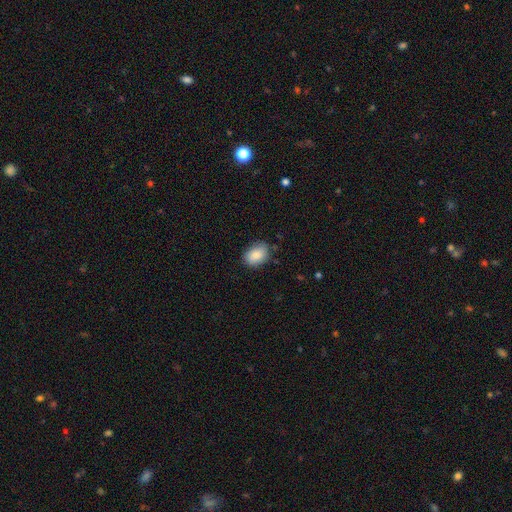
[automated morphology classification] Overall: smooth (87%). How rounded: in between (76%). Merging: none (77%).